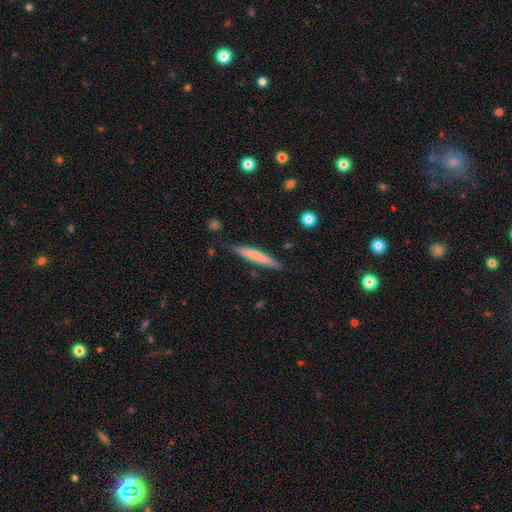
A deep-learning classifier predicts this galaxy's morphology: This appears to be a smooth galaxy with no disk features (64%) that is cigar-shaped (94%). Merging: none (84%).